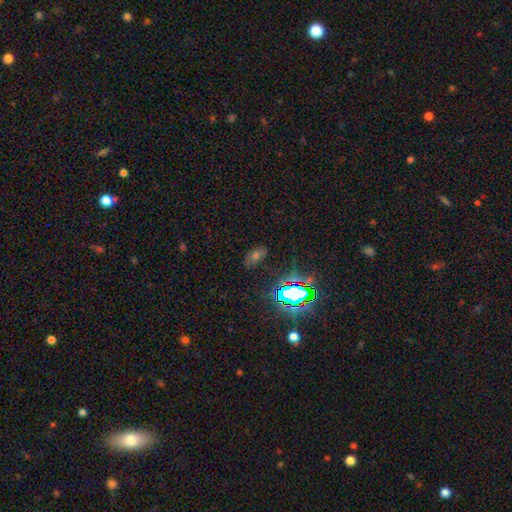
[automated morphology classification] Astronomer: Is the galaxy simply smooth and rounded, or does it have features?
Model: star or artifact — 47% (runner-up: smooth, 37%).